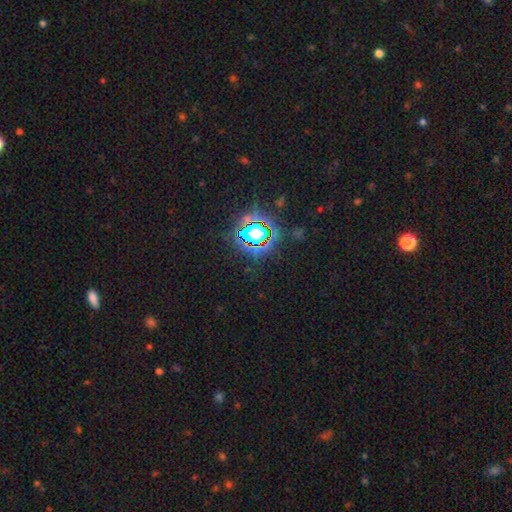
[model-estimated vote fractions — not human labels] smooth_or_featured: star or artifact (p=0.79) [alt: smooth p=0.13]